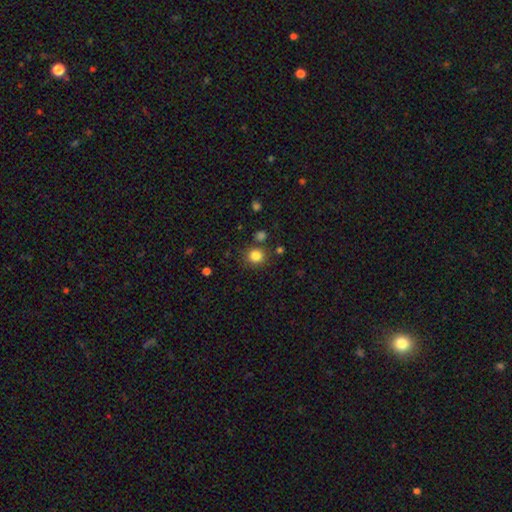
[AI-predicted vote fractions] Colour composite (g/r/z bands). It shows a smooth galaxy with no disk features (83%) that is round (87%). Merging: none (82%).